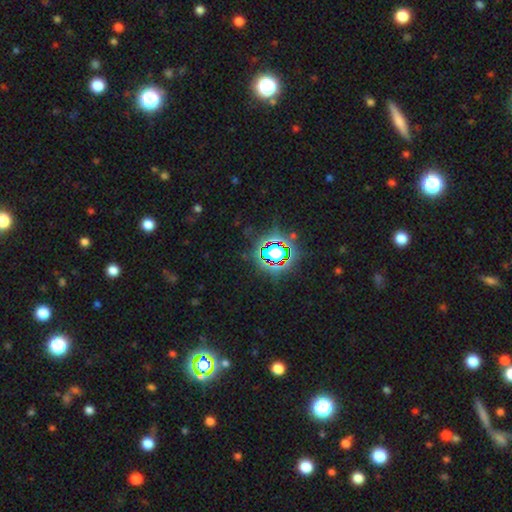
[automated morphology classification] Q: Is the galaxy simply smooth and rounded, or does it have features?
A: star or artifact — 80%.